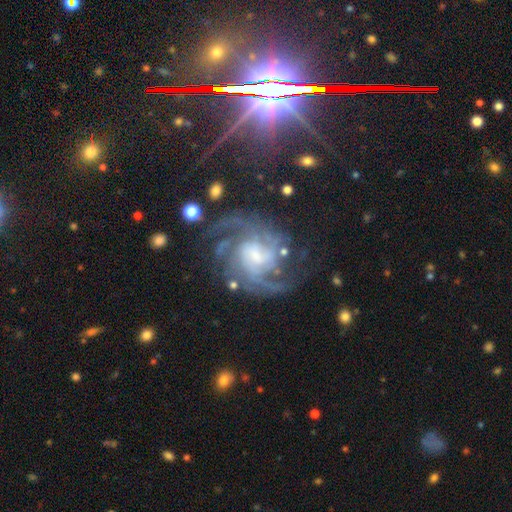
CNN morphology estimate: The model was most divided on "spiral arm count": 3: 25%, 2: 24%, can't tell: 18%, 4: 15%, more than 4: 9%, 1: 9%. Remaining: edge-on disk — no (98%); spiral arms — yes (97%); smooth or featured — featured or disk (89%); merging — none (67%); bar — no (48%); spiral winding — medium (46%); bulge size — moderate (40%).